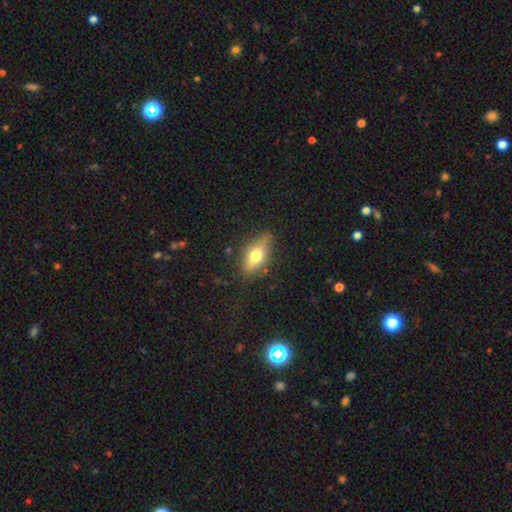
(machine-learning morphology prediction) type=smooth (65%); roundness=in between (78%); merging=none (77%).